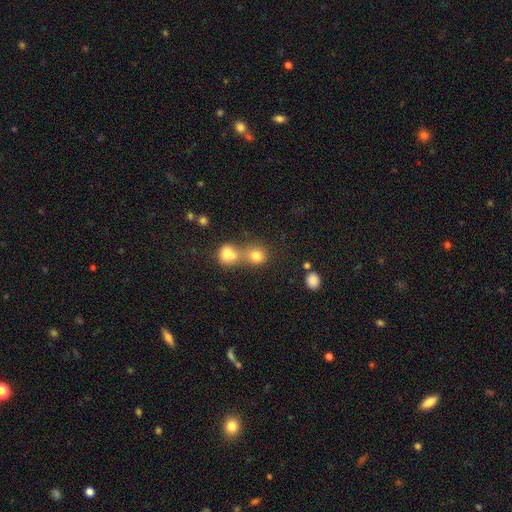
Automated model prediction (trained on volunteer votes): smooth-or-featured: smooth: 75% | star or artifact: 15% | featured or disk: 10%
  how-rounded: round: 83% | in between: 16% | cigar-shaped: 1%
  merging: merger: 50% | none: 40% | minor disturbance: 6% | major disturbance: 3%